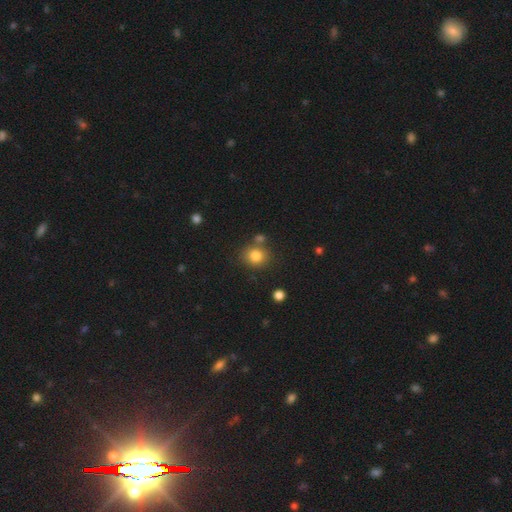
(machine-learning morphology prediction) smooth_or_featured: smooth (p=0.82) [alt: star or artifact p=0.11]
how_rounded: round (p=0.81) [alt: in between p=0.19]
merging: none (p=0.72) [alt: merger p=0.13]